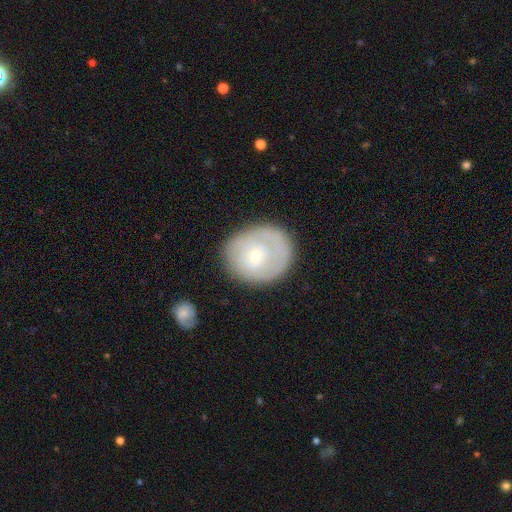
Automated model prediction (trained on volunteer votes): Smooth or featured? smooth (47%)
Merging? none (69%)